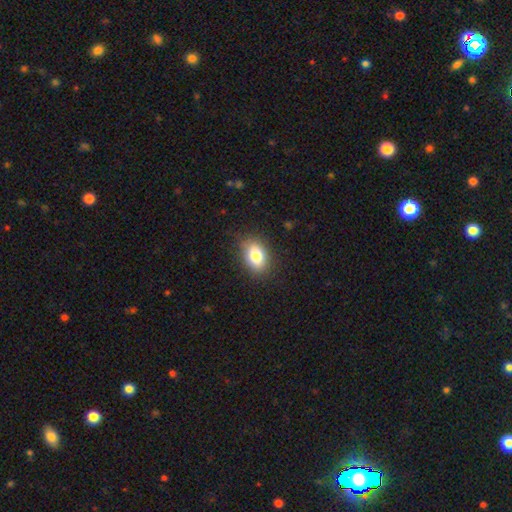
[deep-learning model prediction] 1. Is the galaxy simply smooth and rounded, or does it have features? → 82% smooth, 10% featured or disk, 8% star or artifact.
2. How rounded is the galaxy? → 86% in between, 12% round, 2% cigar-shaped.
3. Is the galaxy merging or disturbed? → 83% none, 13% minor disturbance, 3% major disturbance, 1% merger.